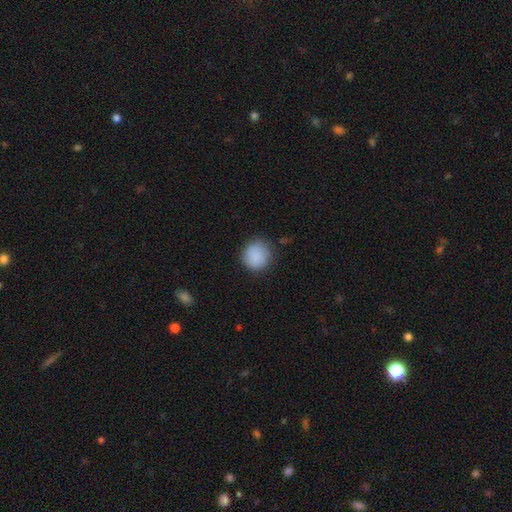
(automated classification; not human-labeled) This appears to be a smooth galaxy with no disk features (88%) that is round (88%). Merging: none (80%).